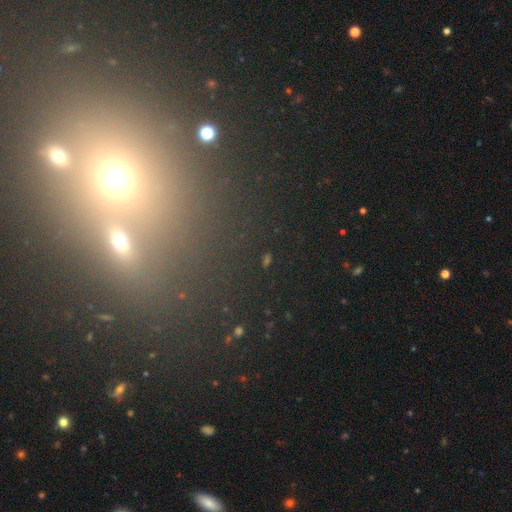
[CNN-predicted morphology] Q: Smooth or featured?
A: star or artifact (54%); runner-up: smooth (35%)